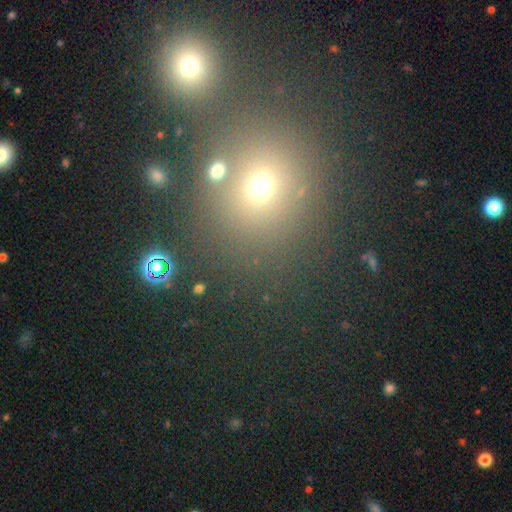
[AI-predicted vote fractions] smooth_or_featured: smooth (p=0.57) [alt: star or artifact p=0.33]
how_rounded: round (p=0.84) [alt: in between p=0.14]
merging: none (p=0.75) [alt: merger p=0.13]